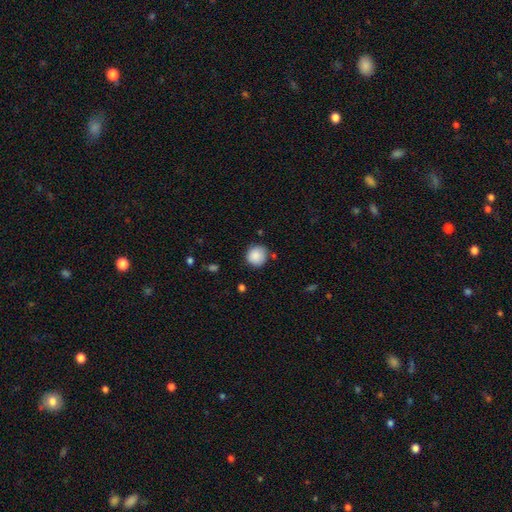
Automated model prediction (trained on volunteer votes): Smooth or featured?
  - smooth: 88% *
  - star or artifact: 8%
  - featured or disk: 4%
How rounded?
  - round: 93% *
  - in between: 6%
  - cigar-shaped: 1%
Merging?
  - none: 82% *
  - minor disturbance: 12%
  - major disturbance: 3%
  - merger: 3%